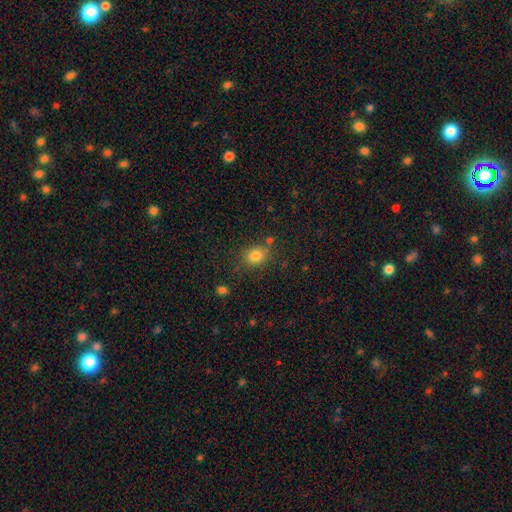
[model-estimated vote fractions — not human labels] Morphology: type=smooth (81%); roundness=round (64%); merging=none (77%).